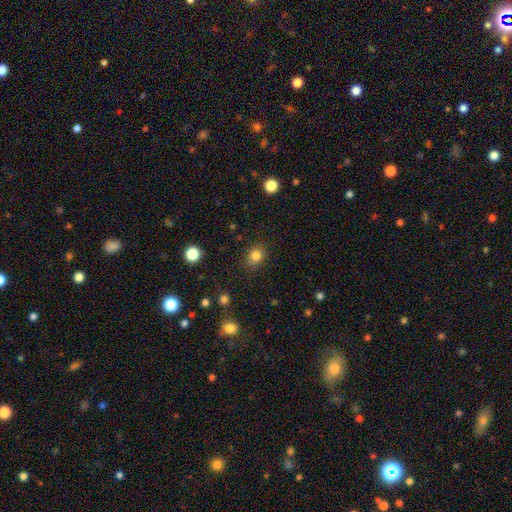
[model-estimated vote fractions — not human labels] Smooth or featured? Predicted: smooth (p=0.82). How rounded? Predicted: round (p=0.60). Merging? Predicted: none (p=0.85).